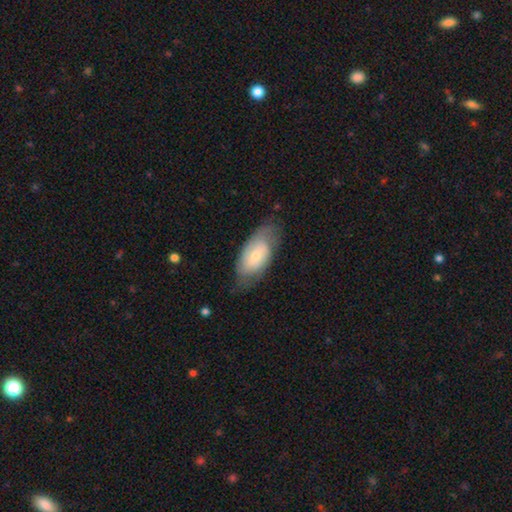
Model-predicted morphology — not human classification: Smooth or featured? smooth (53%)
How rounded? in between (92%)
Merging? none (61%)